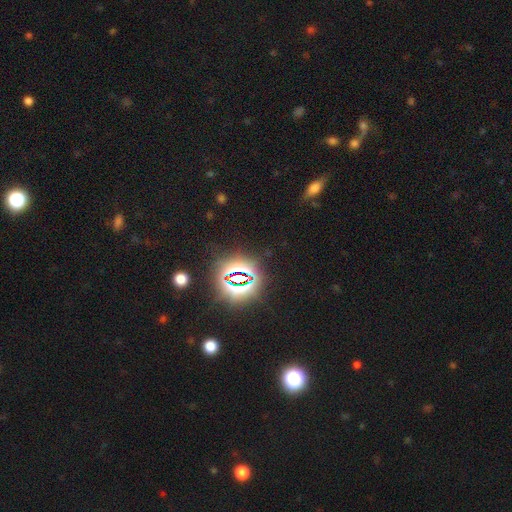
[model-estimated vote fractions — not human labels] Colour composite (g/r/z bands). It shows a star or artifact, not a galaxy (81%).